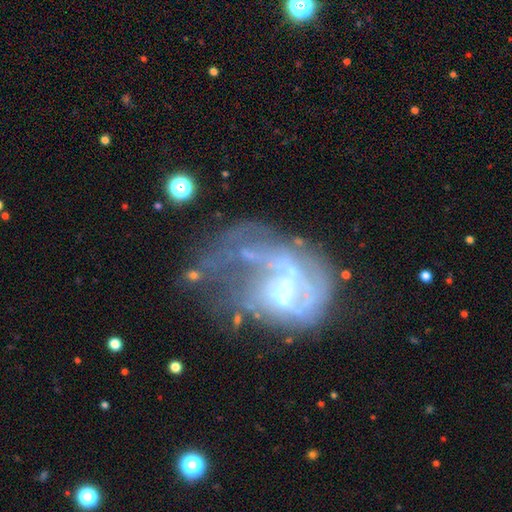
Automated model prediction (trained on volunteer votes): smooth-or-featured: featured or disk: 72% | smooth: 16% | star or artifact: 12%
  disk-edge-on: no: 97% | yes: 3%
    bar: no: 59% | weak: 32% | strong: 9%
    has-spiral-arms: yes: 59% | no: 41%
    bulge-size: small: 36% | moderate: 34% | none: 21% | large: 6% | dominant: 2%
  merging: major disturbance: 50% | none: 21% | minor disturbance: 15% | merger: 13%